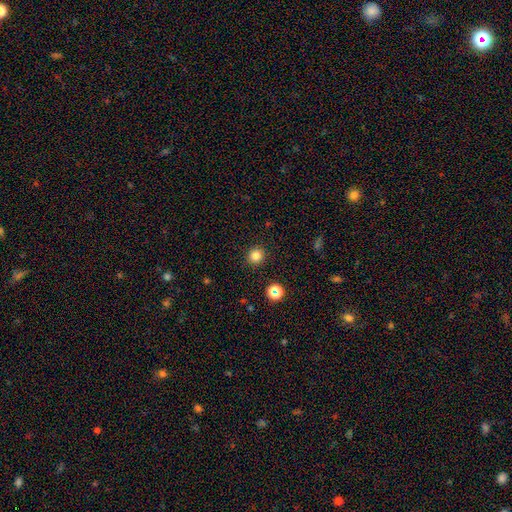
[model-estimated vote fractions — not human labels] smooth-or-featured: smooth: 82% | star or artifact: 14% | featured or disk: 5%
  how-rounded: round: 94% | in between: 5% | cigar-shaped: 1%
  merging: none: 92% | minor disturbance: 5% | major disturbance: 2% | merger: 1%